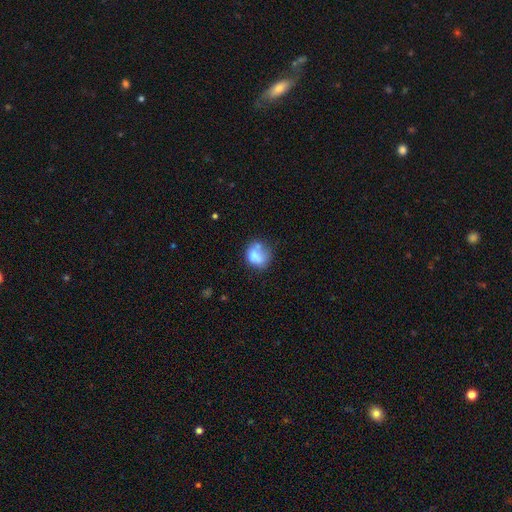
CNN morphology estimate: smooth-or-featured: smooth: 72% | featured or disk: 19% | star or artifact: 9%
  how-rounded: round: 64% | in between: 35% | cigar-shaped: 1%
  merging: none: 41% | minor disturbance: 24% | merger: 23% | major disturbance: 13%